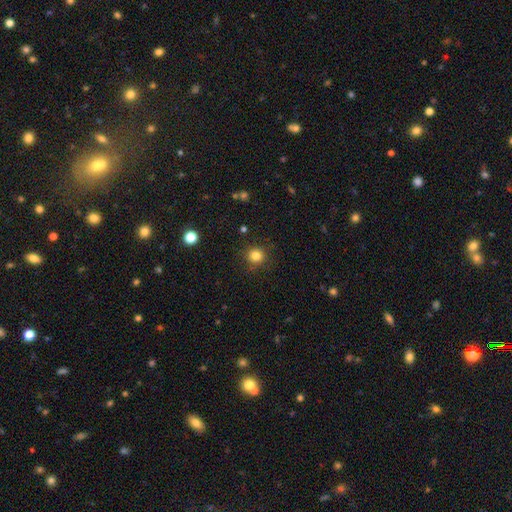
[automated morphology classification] Overall: smooth (83%). How rounded: round (93%). Merging: none (89%).